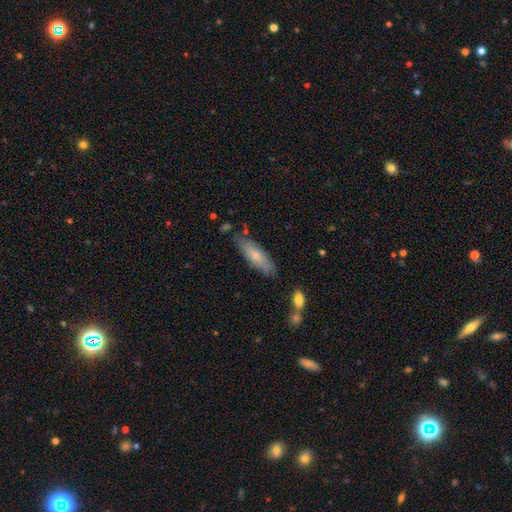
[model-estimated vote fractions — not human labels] Smooth or featured? Predicted: smooth (p=0.68). How rounded? Predicted: in between (p=0.50). Merging? Predicted: none (p=0.71).